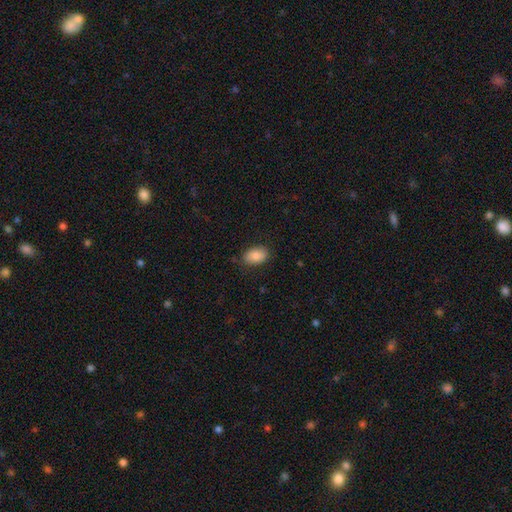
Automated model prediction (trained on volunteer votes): Q: Smooth or featured?
A: smooth (85%); runner-up: featured or disk (8%)
Q: How rounded?
A: in between (87%); runner-up: round (12%)
Q: Merging?
A: none (81%); runner-up: minor disturbance (15%)